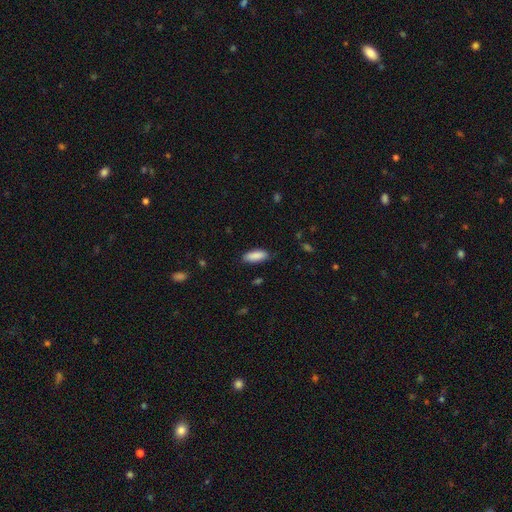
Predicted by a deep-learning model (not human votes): smooth_or_featured: smooth (p=0.89) [alt: star or artifact p=0.06]
how_rounded: in between (p=0.73) [alt: cigar-shaped p=0.25]
merging: none (p=0.84) [alt: minor disturbance p=0.12]